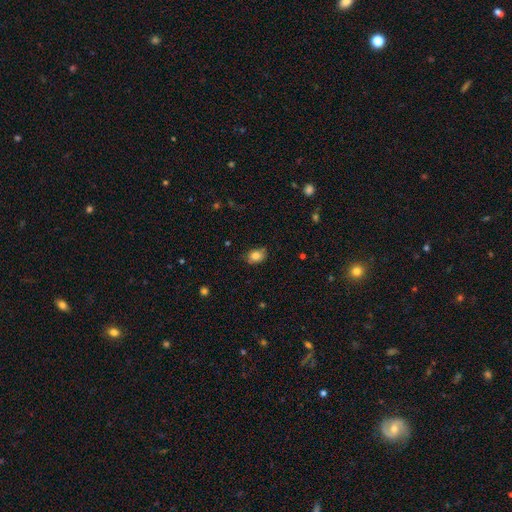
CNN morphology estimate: A smooth galaxy with no disk features (83%) that is in between round and cigar-shaped (71%).

Vote fractions:
- Smooth or featured? smooth: 83% / star or artifact: 9% / featured or disk: 8%
- How rounded? in between: 71% / round: 28% / cigar-shaped: 1%
- Merging? none: 77% / minor disturbance: 19% / major disturbance: 3% / merger: 1%